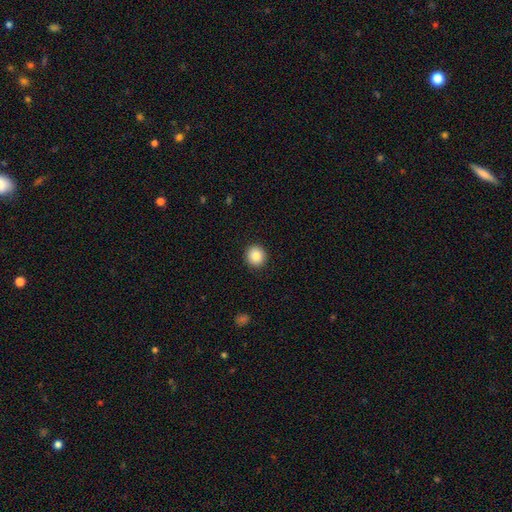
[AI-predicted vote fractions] A smooth galaxy with no disk features (86%) that is round (92%). Merging: none (93%).